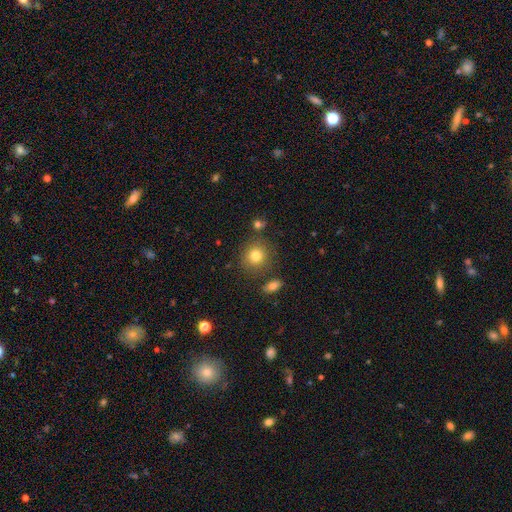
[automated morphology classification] smooth_or_featured: smooth (p=0.80) [alt: star or artifact p=0.12]
how_rounded: round (p=0.86) [alt: in between p=0.13]
merging: none (p=0.80) [alt: minor disturbance p=0.10]